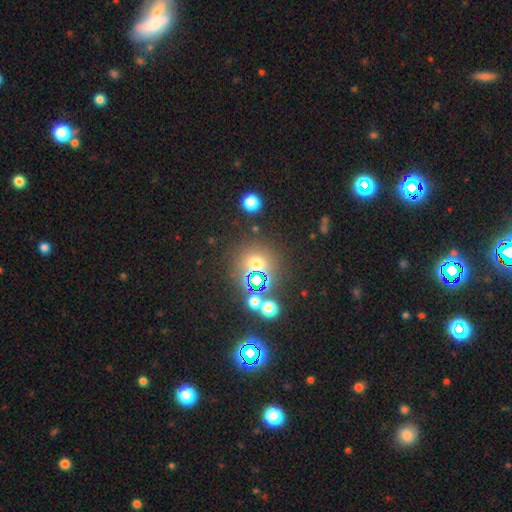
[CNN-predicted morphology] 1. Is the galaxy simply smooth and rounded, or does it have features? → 59% star or artifact, 32% smooth, 9% featured or disk.